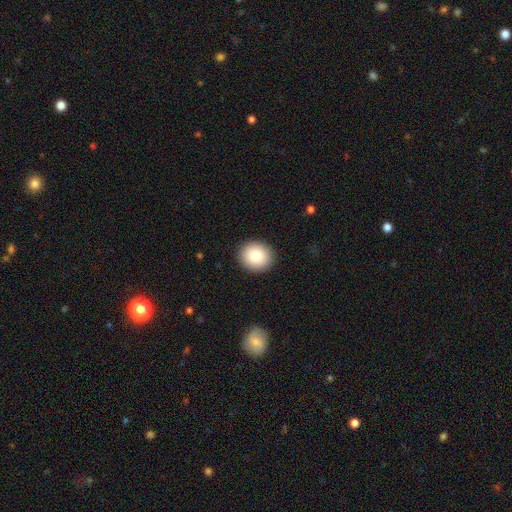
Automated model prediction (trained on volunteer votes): Smooth or featured? smooth (82%)
How rounded? round (84%)
Merging? none (92%)